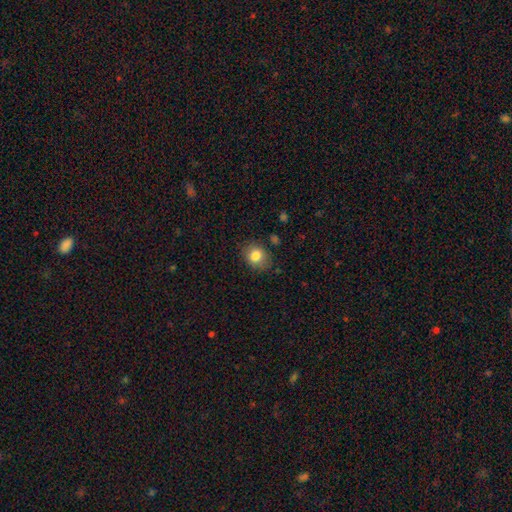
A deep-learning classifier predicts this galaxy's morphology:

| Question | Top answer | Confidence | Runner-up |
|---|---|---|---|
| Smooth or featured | smooth | 82% | star or artifact (9%) |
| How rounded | round | 56% | in between (43%) |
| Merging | none | 79% | minor disturbance (15%) |